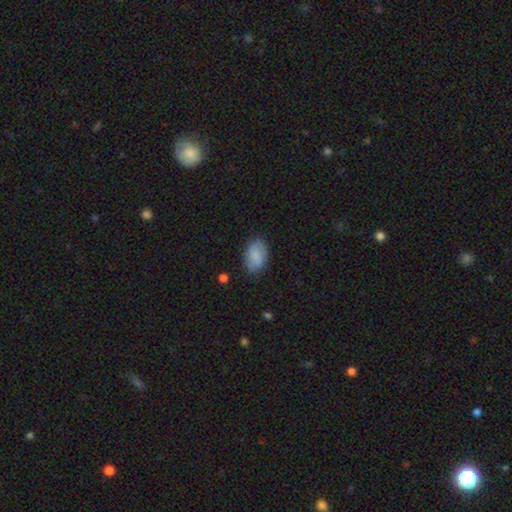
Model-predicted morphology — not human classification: smooth-or-featured: smooth: 85% | featured or disk: 9% | star or artifact: 7%
  how-rounded: in between: 88% | round: 11% | cigar-shaped: 1%
  merging: none: 81% | minor disturbance: 14% | major disturbance: 3% | merger: 1%